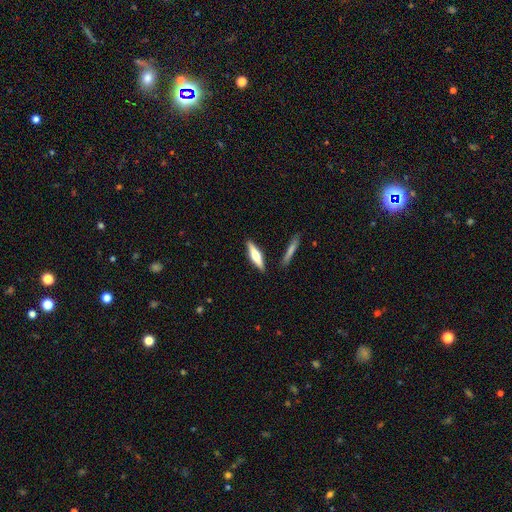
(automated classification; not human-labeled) A featured or disk galaxy (51%) viewed edge-on (95%).

Vote fractions:
- Smooth or featured? featured or disk: 51% / smooth: 44% / star or artifact: 5%
- Edge-on disk? yes: 95% / no: 5%
- Merging? none: 86% / minor disturbance: 8% / merger: 4% / major disturbance: 2%